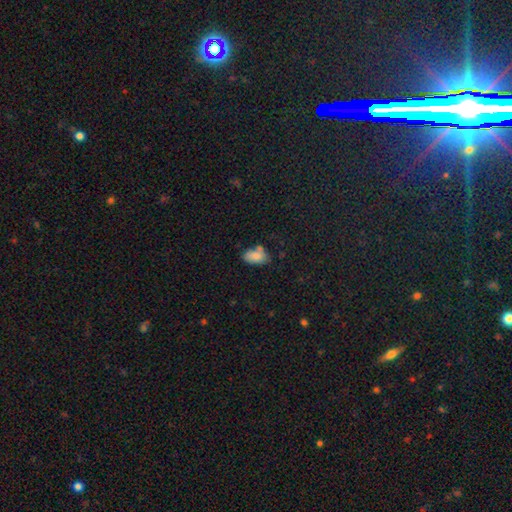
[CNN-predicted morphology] type=smooth (82%); roundness=in between (92%); merging=none (61%).